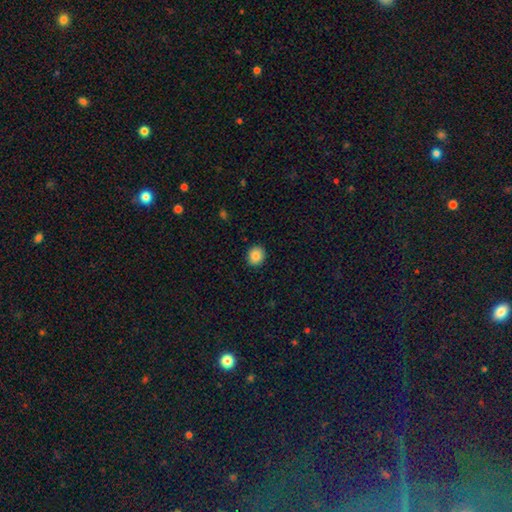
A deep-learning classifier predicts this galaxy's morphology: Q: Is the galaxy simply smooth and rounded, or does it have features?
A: smooth — 86%.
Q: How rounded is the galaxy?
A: round — 80%.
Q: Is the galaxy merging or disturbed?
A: none — 91%.